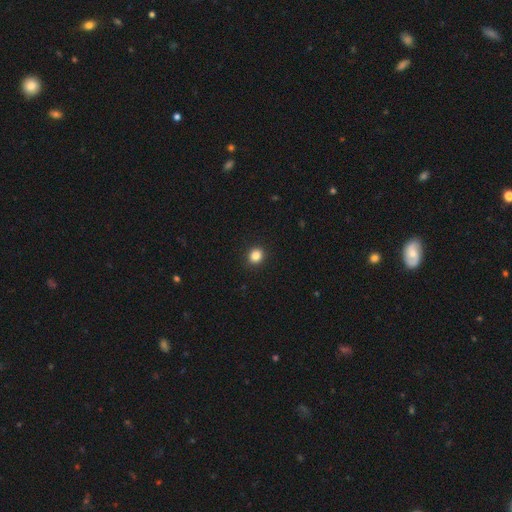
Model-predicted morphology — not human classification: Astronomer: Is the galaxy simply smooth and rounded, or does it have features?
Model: smooth — 85%.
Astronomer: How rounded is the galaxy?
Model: round — 77%.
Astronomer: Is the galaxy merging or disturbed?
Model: none — 92%.